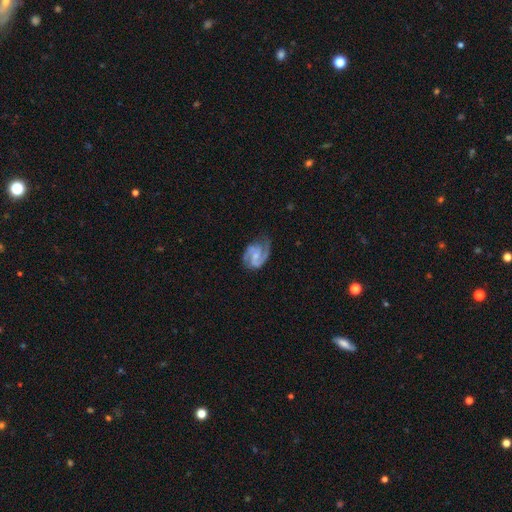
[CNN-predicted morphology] Q: Smooth or featured?
A: featured or disk (89%); runner-up: smooth (6%)
Q: Edge-on disk?
A: no (98%); runner-up: yes (2%)
Q: Bar?
A: weak (45%); runner-up: no (42%)
Q: Spiral arms?
A: yes (98%); runner-up: no (2%)
Q: Spiral winding?
A: medium (56%); runner-up: tight (28%)
Q: Spiral arm count?
A: 2 (85%); runner-up: 3 (6%)
Q: Bulge size?
A: small (58%); runner-up: moderate (23%)
Q: Merging?
A: none (69%); runner-up: minor disturbance (21%)